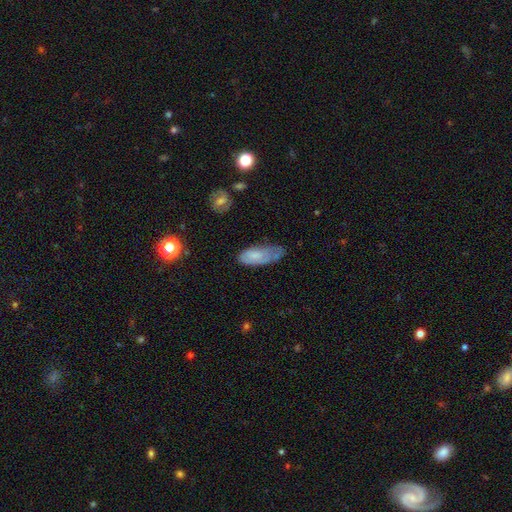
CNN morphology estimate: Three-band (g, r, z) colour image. It shows a smooth galaxy with no disk features (65%) that is in between round and cigar-shaped (77%). Merging: minor disturbance (41%).